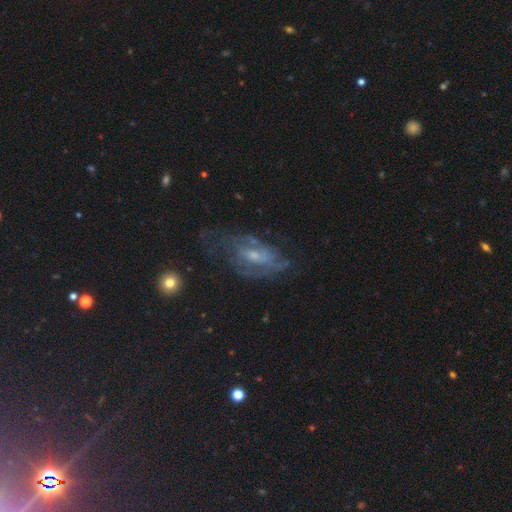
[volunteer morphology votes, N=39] Overall: featured or disk (77%). Edge-on disk: no (90%). Bar: no (59%; weak 41%). Spiral arms: yes (52%; no 48%). Spiral arm count: can't tell (64%). Spiral winding: medium (57%; tight 29%). Bulge size: small (48%; moderate 44%). Merging: none (54%; major disturbance 22%).